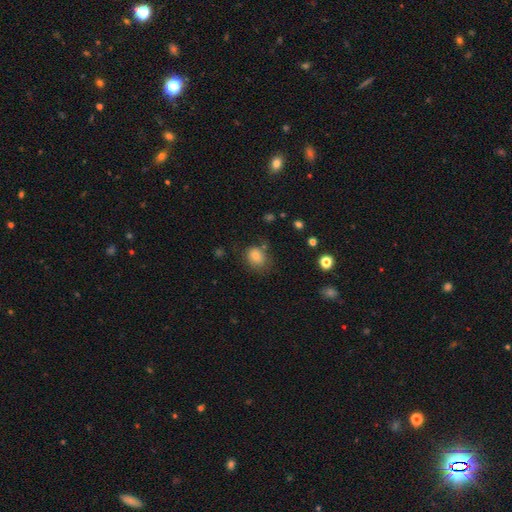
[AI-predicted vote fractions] The model was most divided on "how rounded": round: 56%, in between: 43%, cigar-shaped: 1%. More confident: smooth or featured — smooth (77%); merging — none (68%).